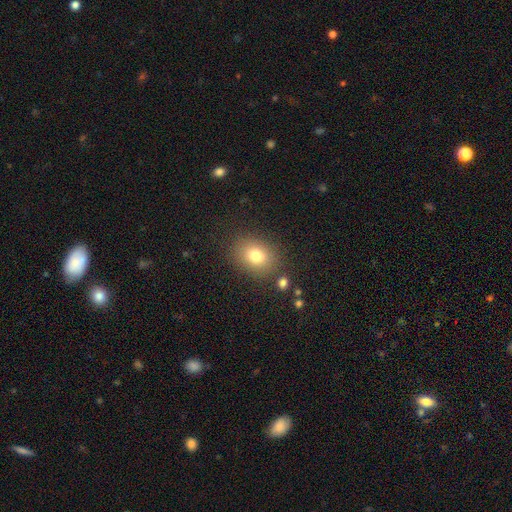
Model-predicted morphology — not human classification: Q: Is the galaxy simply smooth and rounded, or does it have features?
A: smooth — 78%.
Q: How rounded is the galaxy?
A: in between — 53%.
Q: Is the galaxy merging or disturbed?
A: none — 83%.